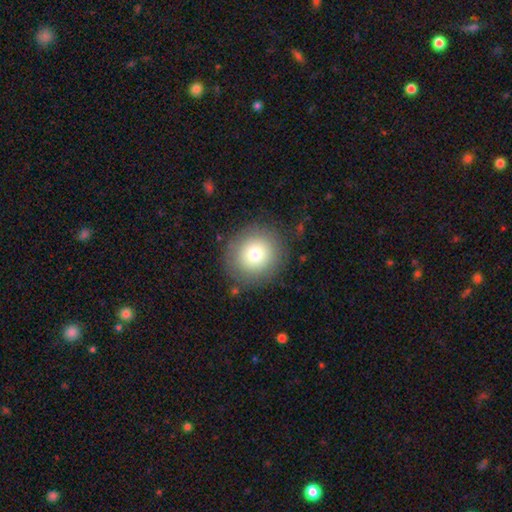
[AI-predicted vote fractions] Morphology: type=smooth (78%); roundness=round (89%); merging=none (85%).